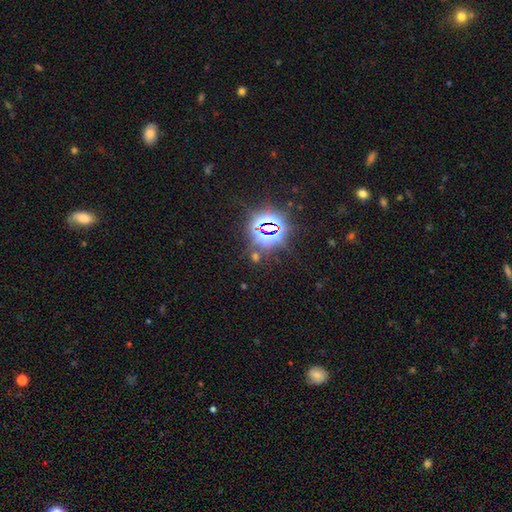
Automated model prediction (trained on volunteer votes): A star or artifact, not a galaxy (79%).

Vote fractions:
- Smooth or featured? star or artifact: 79% / smooth: 13% / featured or disk: 8%